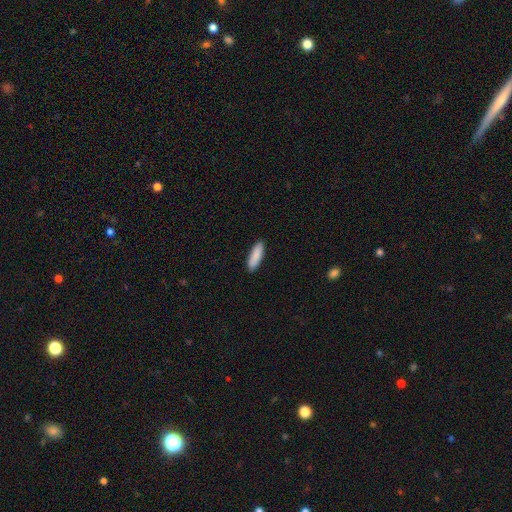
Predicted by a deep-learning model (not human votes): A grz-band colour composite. It shows a smooth galaxy with no disk features (89%) that is cigar-shaped (55%). Merging: none (90%).